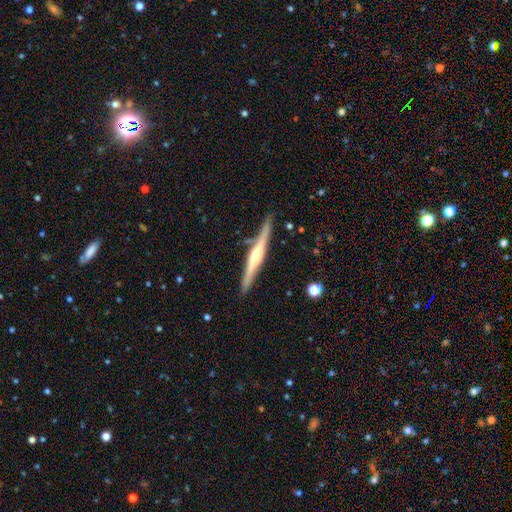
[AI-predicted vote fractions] Smooth or featured? featured or disk (76%)
Edge-on disk? yes (97%)
Edge-on bulge? rounded (70%)
Merging? none (87%)